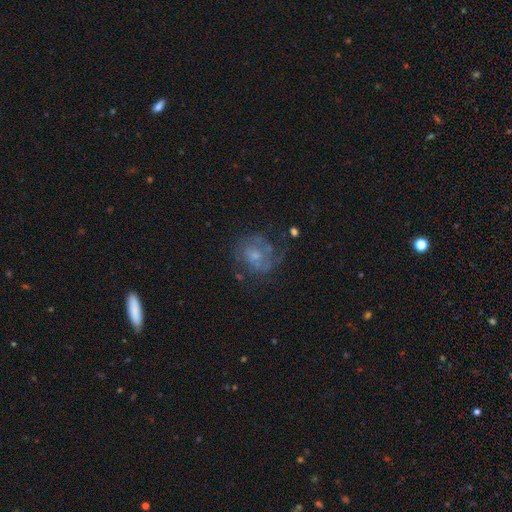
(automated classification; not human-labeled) A featured or disk galaxy (62%) with no bar (76%), spiral arms (66%) and a small central bulge (54%).

Vote fractions:
- Smooth or featured? featured or disk: 62% / smooth: 26% / star or artifact: 11%
- Edge-on disk? no: 98% / yes: 2%
- Bar? no: 76% / weak: 21% / strong: 3%
- Spiral arms? yes: 66% / no: 34%
- Bulge size? small: 54% / moderate: 32% / none: 10% / large: 3% / dominant: 1%
- Merging? none: 51% / major disturbance: 23% / minor disturbance: 21% / merger: 4%